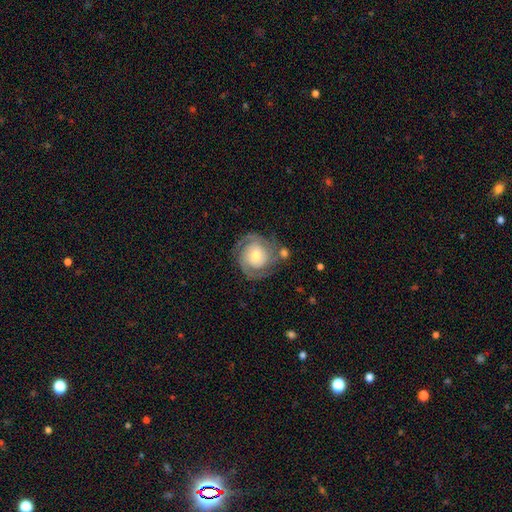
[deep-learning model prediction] This appears to be a featured or disk galaxy (80%) with no bar (73%), 2 (66%) tight (63%) spiral arms (95%) and a moderate central bulge (48%). Merging: none (73%).